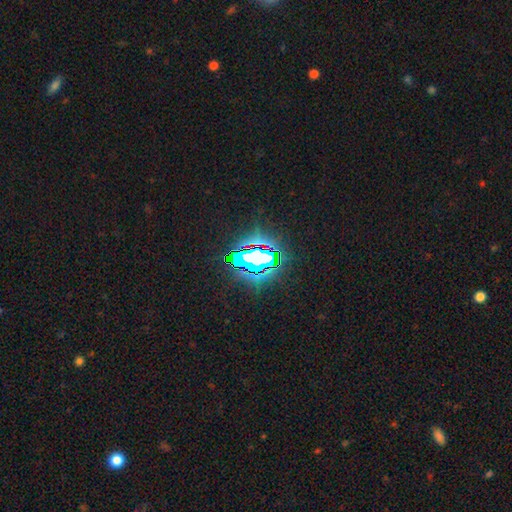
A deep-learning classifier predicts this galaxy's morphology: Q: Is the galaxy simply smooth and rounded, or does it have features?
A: star or artifact — 72%.